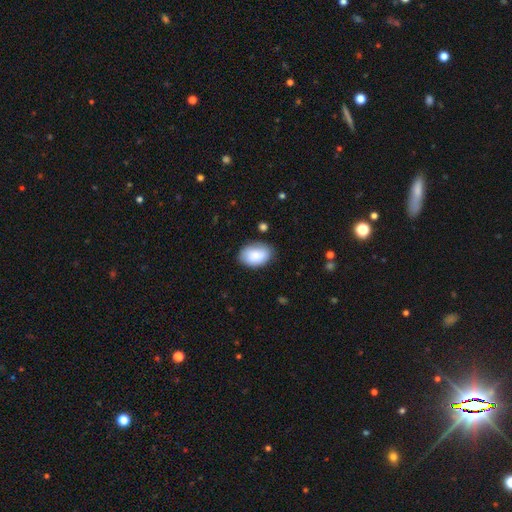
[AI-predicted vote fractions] Smooth or featured? Predicted: smooth (p=0.87). How rounded? Predicted: in between (p=0.88). Merging? Predicted: none (p=0.76).